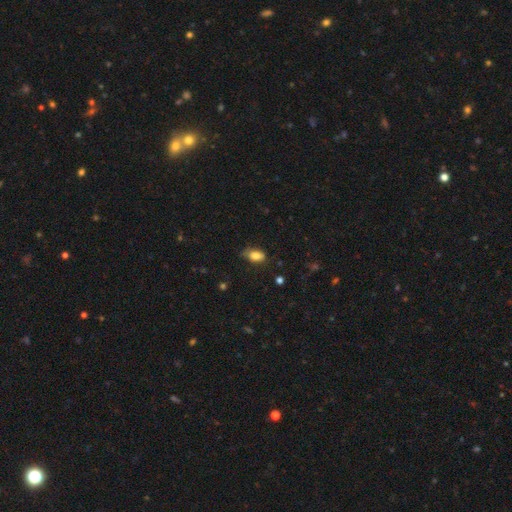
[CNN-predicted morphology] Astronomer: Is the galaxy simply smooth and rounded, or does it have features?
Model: smooth — 82%.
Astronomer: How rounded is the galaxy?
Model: in between — 89%.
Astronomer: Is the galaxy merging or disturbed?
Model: none — 61%.